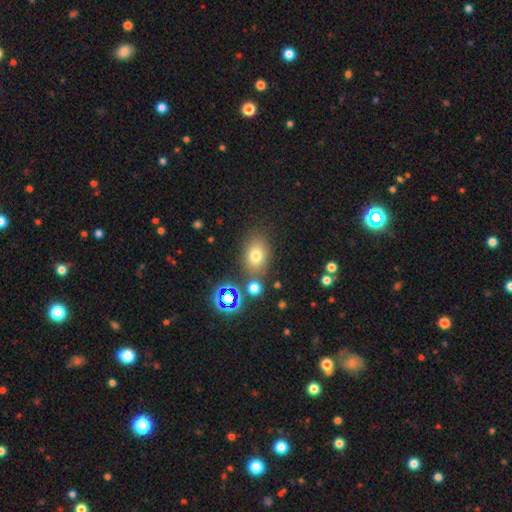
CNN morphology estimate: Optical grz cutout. It shows a smooth galaxy with no disk features (71%) that is in between round and cigar-shaped (69%). Merging: none (74%).